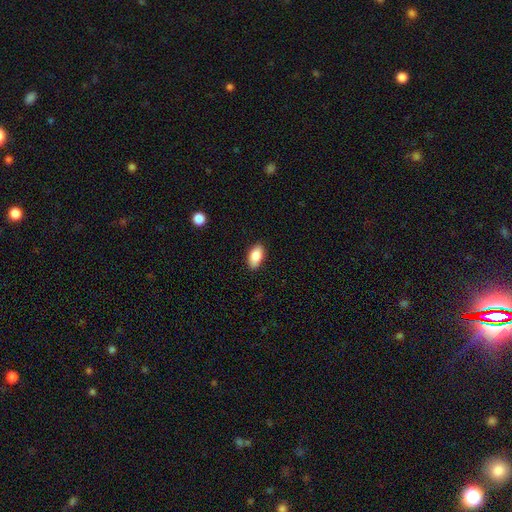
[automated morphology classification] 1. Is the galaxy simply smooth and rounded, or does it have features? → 86% smooth, 7% star or artifact, 7% featured or disk.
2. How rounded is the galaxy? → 93% in between, 4% cigar-shaped, 3% round.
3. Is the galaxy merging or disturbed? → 87% none, 10% minor disturbance, 2% major disturbance, 1% merger.